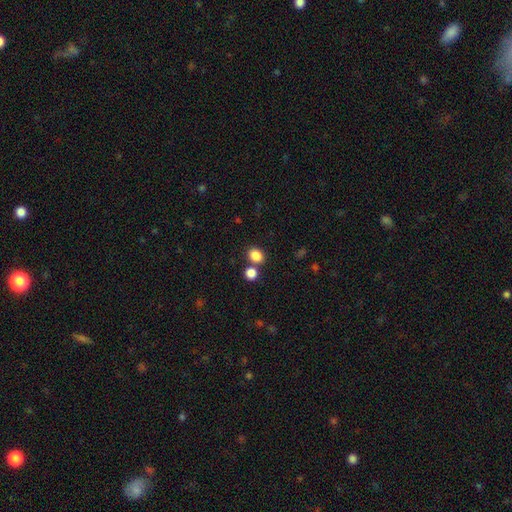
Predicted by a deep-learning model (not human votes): This appears to be a smooth galaxy with no disk features (85%) that is round (56%). Merging: none (67%).